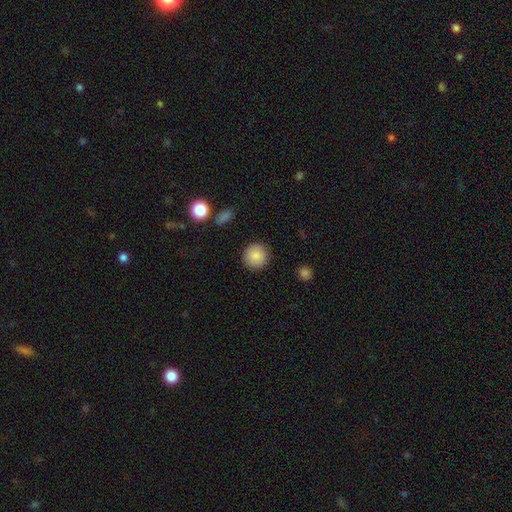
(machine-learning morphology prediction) Q: Smooth or featured?
A: smooth (87%); runner-up: star or artifact (8%)
Q: How rounded?
A: round (94%); runner-up: in between (5%)
Q: Merging?
A: none (91%); runner-up: minor disturbance (6%)